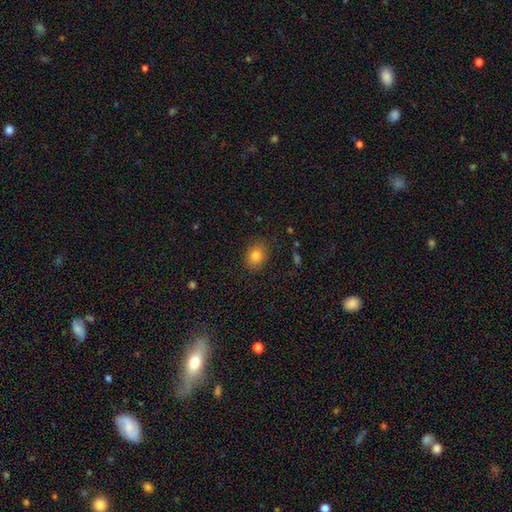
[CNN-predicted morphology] smooth-or-featured: smooth: 83% | star or artifact: 11% | featured or disk: 7%
  how-rounded: in between: 51% | round: 48% | cigar-shaped: 1%
  merging: none: 85% | minor disturbance: 10% | major disturbance: 3% | merger: 1%